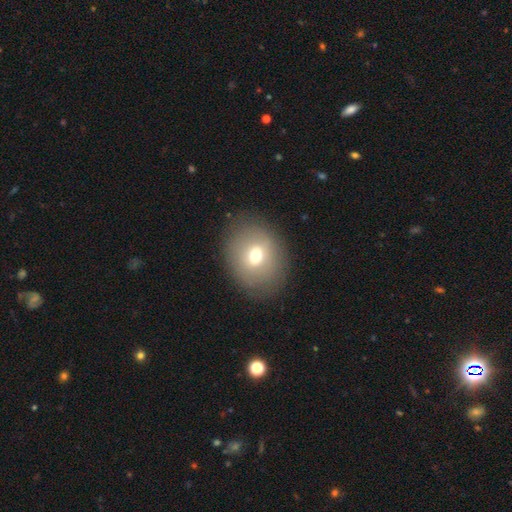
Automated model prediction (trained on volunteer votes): Smooth or featured? Predicted: smooth (p=0.66). How rounded? Predicted: in between (p=0.53). Merging? Predicted: none (p=0.84).